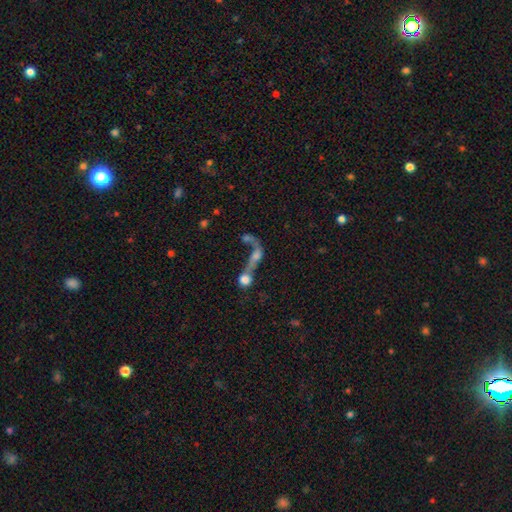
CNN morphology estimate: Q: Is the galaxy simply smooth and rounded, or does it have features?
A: featured or disk — 42%.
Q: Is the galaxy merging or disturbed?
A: merger — 64%.